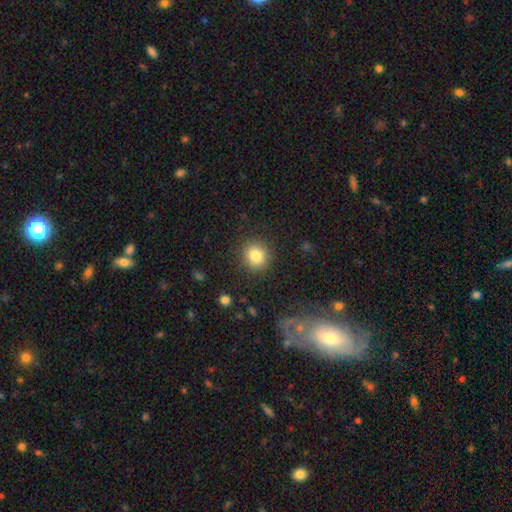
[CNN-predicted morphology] This is clearly a smooth galaxy (84%). How rounded: clearly round (85%). Merging: clearly none (89%).